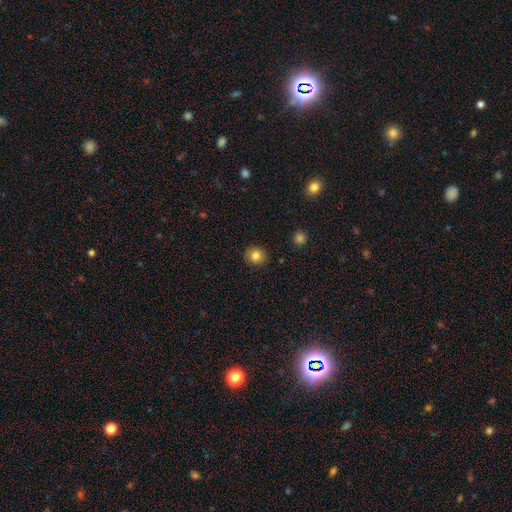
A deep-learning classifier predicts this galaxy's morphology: This appears to be a smooth galaxy with no disk features (81%) that is round (88%). Merging: none (89%).